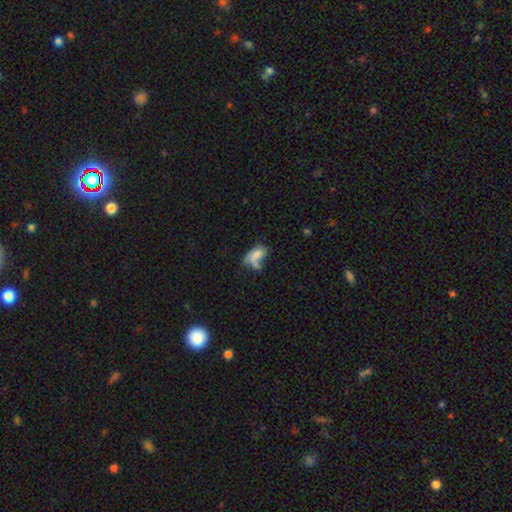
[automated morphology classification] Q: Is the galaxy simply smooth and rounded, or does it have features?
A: smooth — 65%.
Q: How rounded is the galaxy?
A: in between — 88%.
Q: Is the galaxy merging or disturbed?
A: merger — 29%.